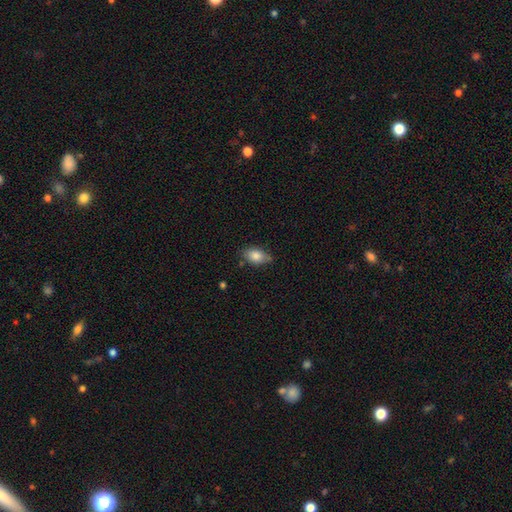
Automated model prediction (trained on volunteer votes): Smooth or featured? smooth (83%)
How rounded? in between (88%)
Merging? none (72%)